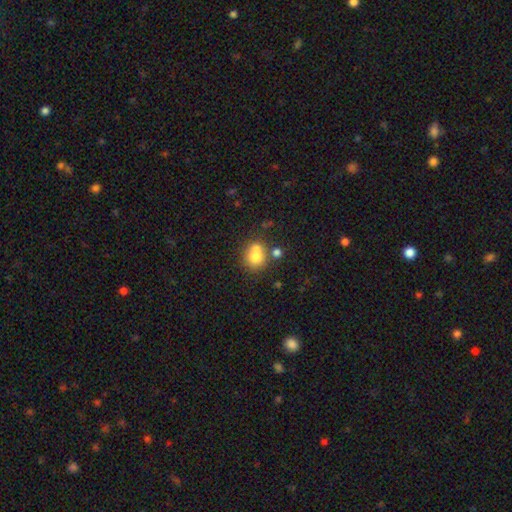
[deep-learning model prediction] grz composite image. It shows a smooth galaxy with no disk features (72%) that is round (79%). Merging: none (46%).